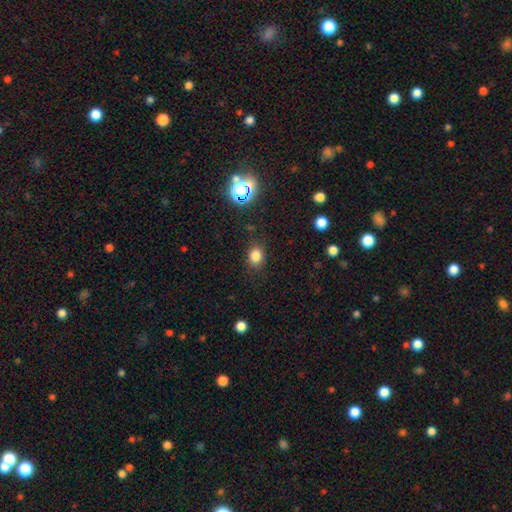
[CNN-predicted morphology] smooth_or_featured: smooth (p=0.80) [alt: star or artifact p=0.14]
how_rounded: in between (p=0.51) [alt: round p=0.48]
merging: none (p=0.82) [alt: minor disturbance p=0.12]